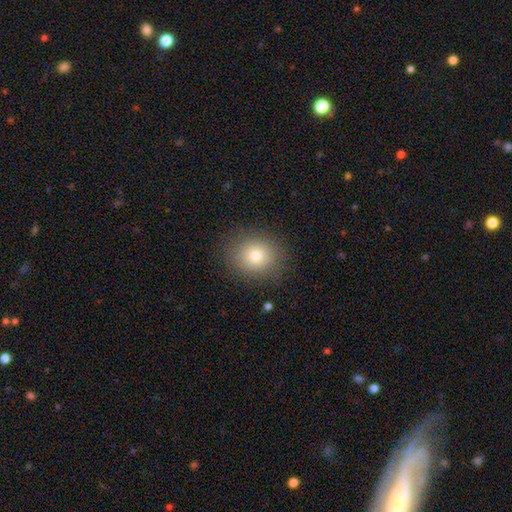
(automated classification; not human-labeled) Overall: smooth (78%). How rounded: round (75%). Merging: none (87%).